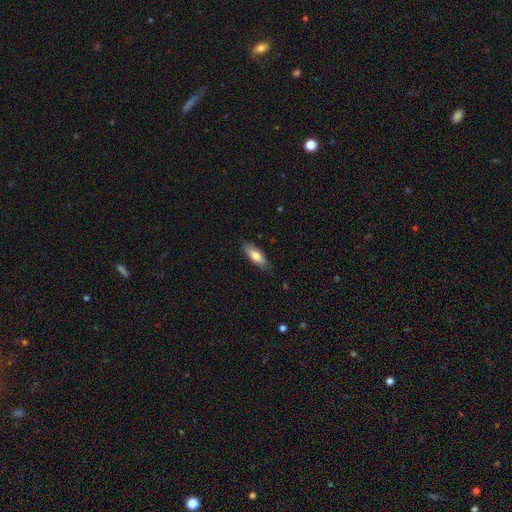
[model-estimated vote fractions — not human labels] Smooth or featured? Predicted: smooth (p=0.75). How rounded? Predicted: in between (p=0.66). Merging? Predicted: none (p=0.82).